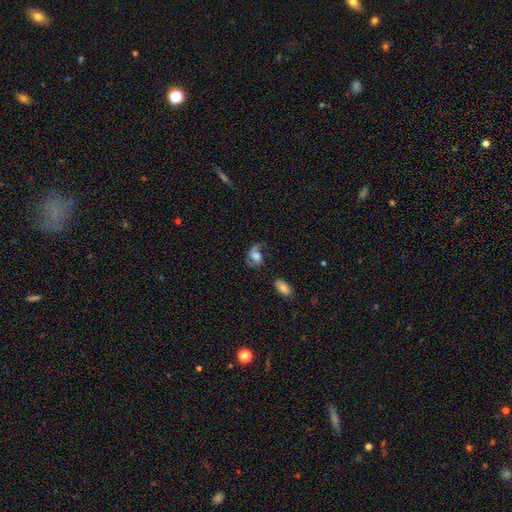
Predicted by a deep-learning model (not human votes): Smooth or featured? Predicted: featured or disk (p=0.52). Edge-on disk? Predicted: no (p=0.96). Bar? Predicted: no (p=0.59). Spiral arms? Predicted: yes (p=0.81). Bulge size? Predicted: large (p=0.42). Merging? Predicted: none (p=0.40).